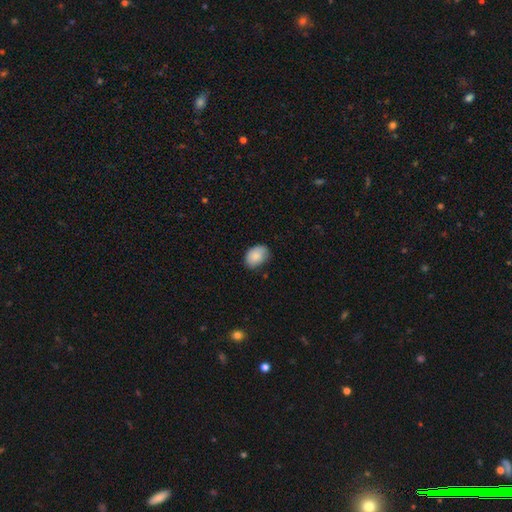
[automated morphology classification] A smooth galaxy with no disk features (86%) that is in between round and cigar-shaped (75%).

Vote fractions:
- Smooth or featured? smooth: 86% / star or artifact: 7% / featured or disk: 6%
- How rounded? in between: 75% / round: 24% / cigar-shaped: 1%
- Merging? none: 74% / minor disturbance: 22% / major disturbance: 3% / merger: 1%